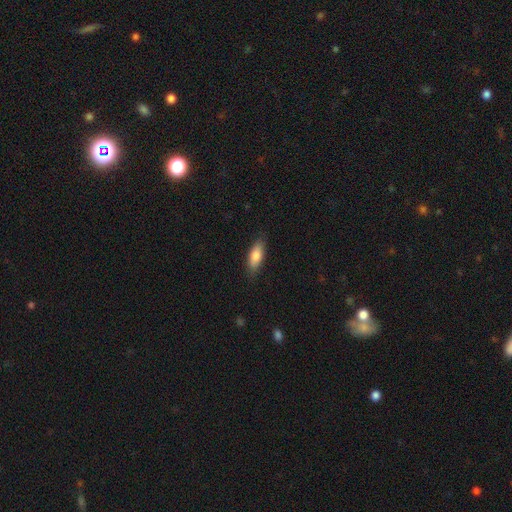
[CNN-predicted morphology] This appears to be a smooth galaxy with no disk features (78%) that is in between round and cigar-shaped (69%). Merging: none (84%).